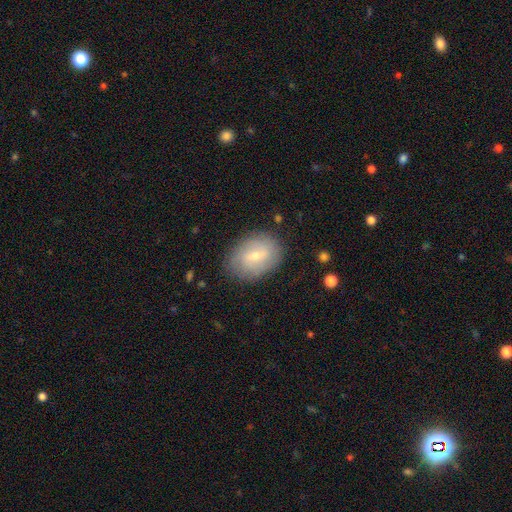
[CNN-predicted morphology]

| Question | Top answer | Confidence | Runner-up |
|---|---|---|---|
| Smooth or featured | featured or disk | 52% | smooth (41%) |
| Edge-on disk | no | 95% | yes (5%) |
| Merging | none | 81% | minor disturbance (13%) |